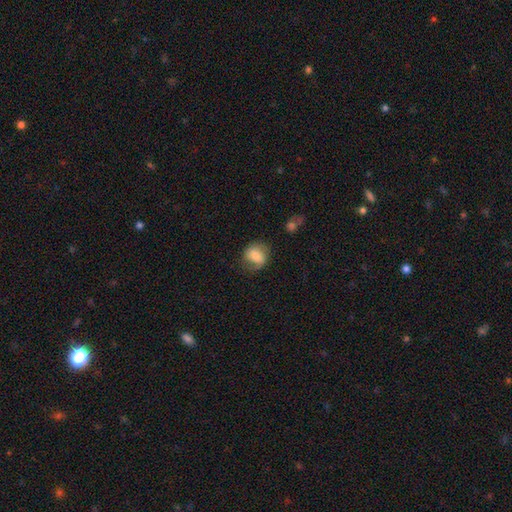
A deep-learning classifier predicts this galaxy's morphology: smooth_or_featured: smooth (p=0.72) [alt: featured or disk p=0.20]
how_rounded: round (p=0.59) [alt: in between p=0.39]
merging: none (p=0.61) [alt: minor disturbance p=0.25]